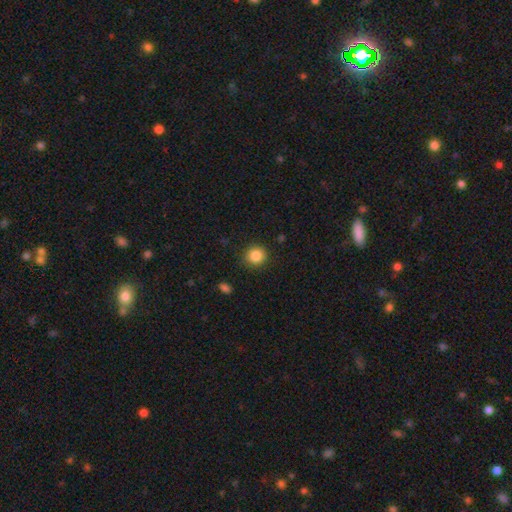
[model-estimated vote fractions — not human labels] A smooth galaxy with no disk features (86%) that is round (92%). Merging: none (90%).